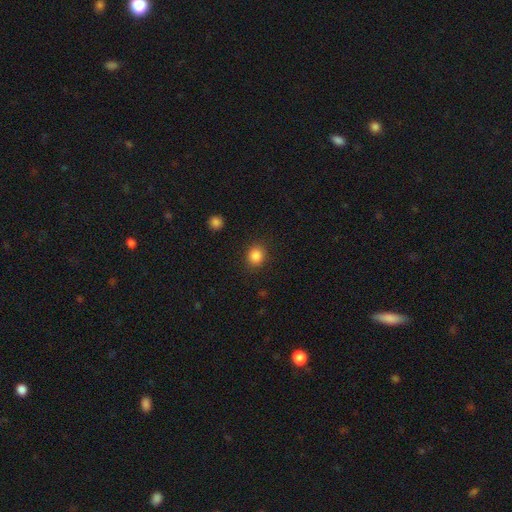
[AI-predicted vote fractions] Smooth or featured? smooth (86%)
How rounded? round (73%)
Merging? none (88%)